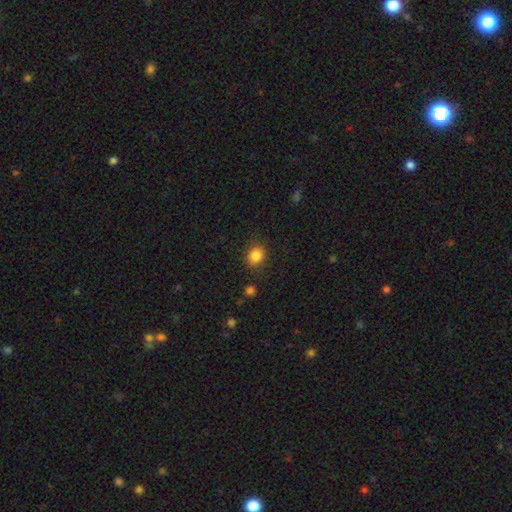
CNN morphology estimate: Smooth or featured? Predicted: smooth (p=0.85). How rounded? Predicted: round (p=0.59). Merging? Predicted: none (p=0.84).